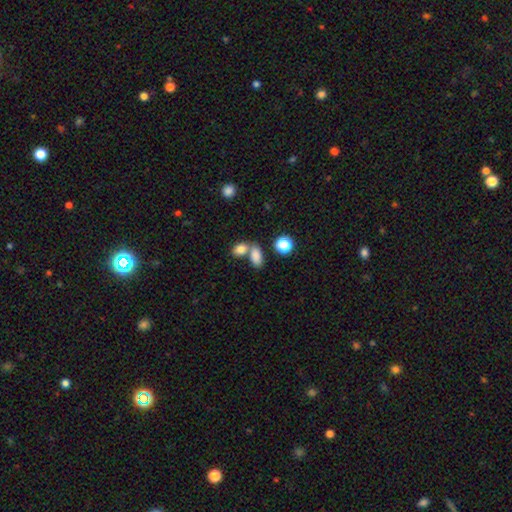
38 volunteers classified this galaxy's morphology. Overall: smooth (92%). How rounded: in between (97%). Merging: none (39%, tied with merger).